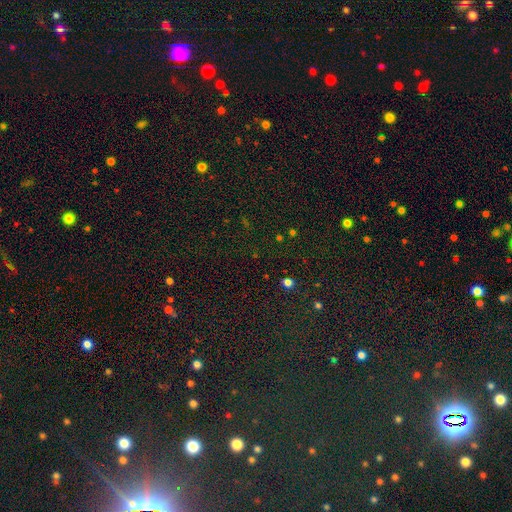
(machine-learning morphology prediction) Smooth or featured? star or artifact (78%)